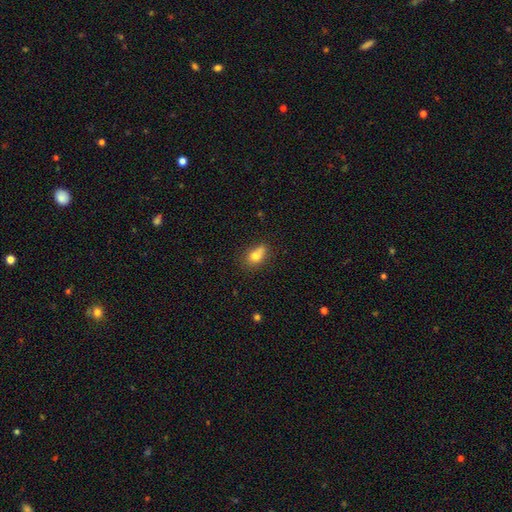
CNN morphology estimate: Smooth or featured? smooth (76%)
How rounded? in between (72%)
Merging? none (46%)